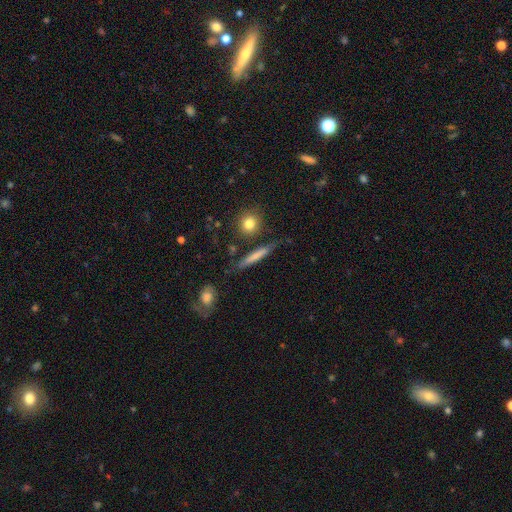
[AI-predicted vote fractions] smooth-or-featured: smooth: 64% | featured or disk: 29% | star or artifact: 7%
  how-rounded: cigar-shaped: 89% | in between: 6% | round: 4%
  merging: none: 78% | minor disturbance: 14% | major disturbance: 4% | merger: 4%